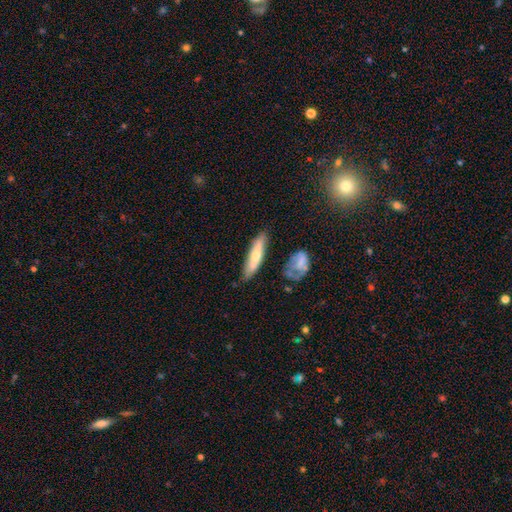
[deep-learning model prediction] Overall: smooth (56%; featured or disk 38%). How rounded: cigar-shaped (76%). Merging: none (77%).